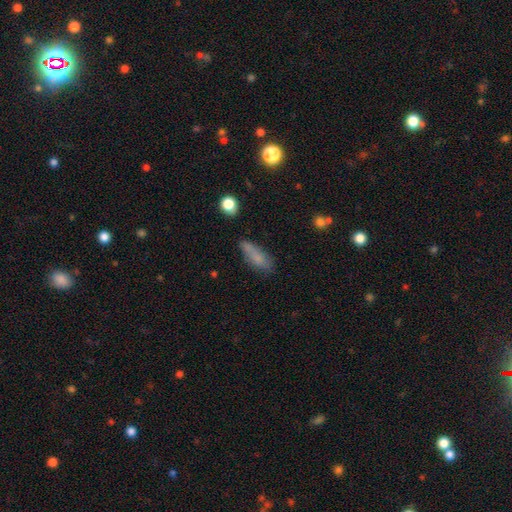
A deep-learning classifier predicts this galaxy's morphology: smooth_or_featured: smooth (p=0.74) [alt: featured or disk p=0.16]
how_rounded: in between (p=0.54) [alt: cigar-shaped p=0.43]
merging: none (p=0.59) [alt: minor disturbance p=0.27]